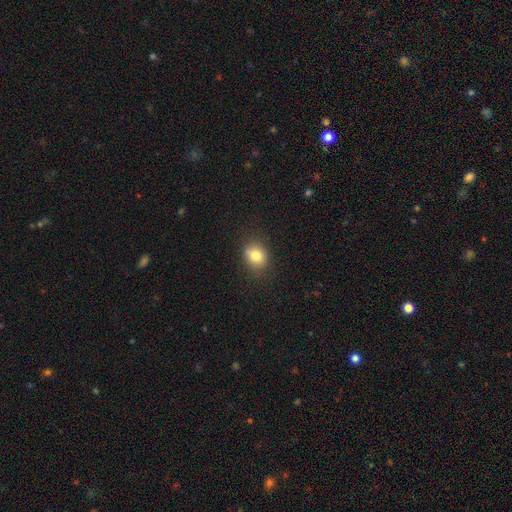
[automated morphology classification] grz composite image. It shows a smooth galaxy with no disk features (81%) that is round (54%). Merging: none (81%).